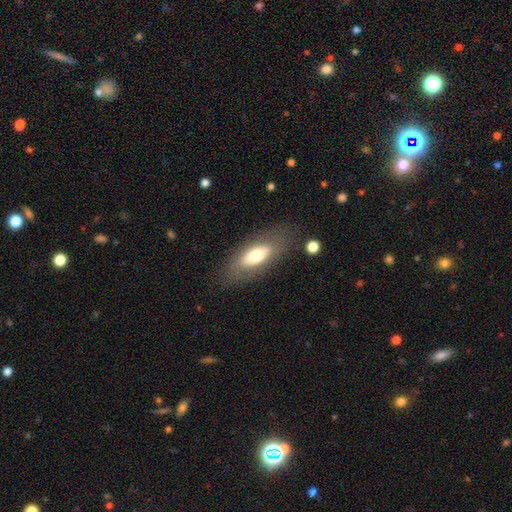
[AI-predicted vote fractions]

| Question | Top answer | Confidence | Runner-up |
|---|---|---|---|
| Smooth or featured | smooth | 62% | featured or disk (31%) |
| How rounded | in between | 79% | cigar-shaped (18%) |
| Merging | none | 78% | minor disturbance (14%) |